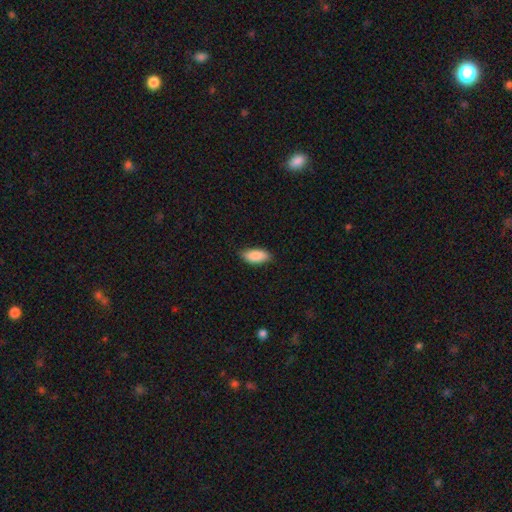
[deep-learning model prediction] The model was most divided on "merging": none: 85%, minor disturbance: 12%, major disturbance: 2%, merger: 1%. More confident: smooth or featured — smooth (89%); how rounded — in between (87%).